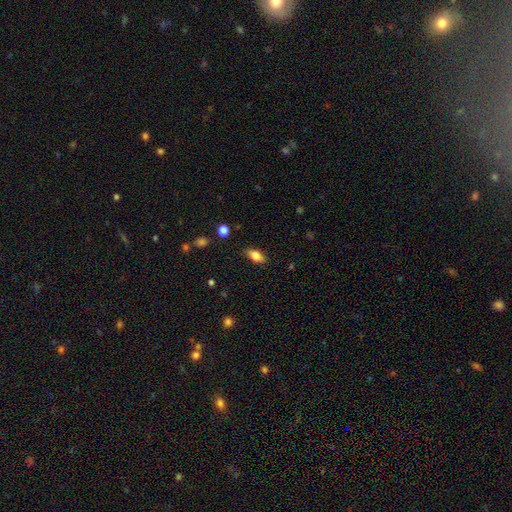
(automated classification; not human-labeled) A smooth galaxy with no disk features (82%) that is in between round and cigar-shaped (87%). Merging: none (83%).